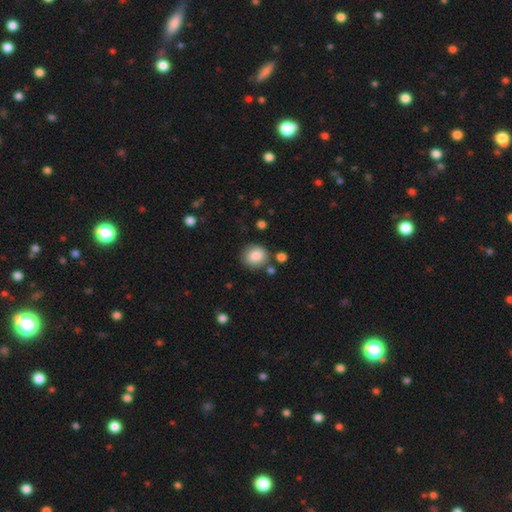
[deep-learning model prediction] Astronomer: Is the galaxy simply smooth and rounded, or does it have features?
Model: smooth — 84%.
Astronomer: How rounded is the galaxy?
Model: round — 79%.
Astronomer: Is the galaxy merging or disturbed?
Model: none — 80%.